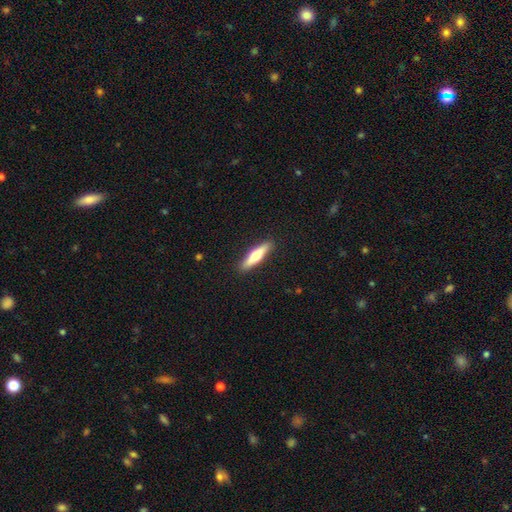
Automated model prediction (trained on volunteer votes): Smooth or featured?
  - smooth: 54% *
  - featured or disk: 41%
  - star or artifact: 5%
How rounded?
  - cigar-shaped: 82% *
  - in between: 17%
  - round: 2%
Merging?
  - none: 90% *
  - minor disturbance: 7%
  - major disturbance: 2%
  - merger: 1%